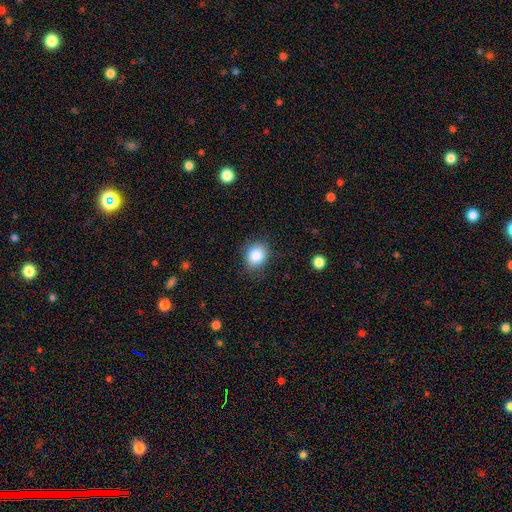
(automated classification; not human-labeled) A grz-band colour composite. It shows a smooth galaxy with no disk features (85%) that is round (61%). Merging: none (83%).